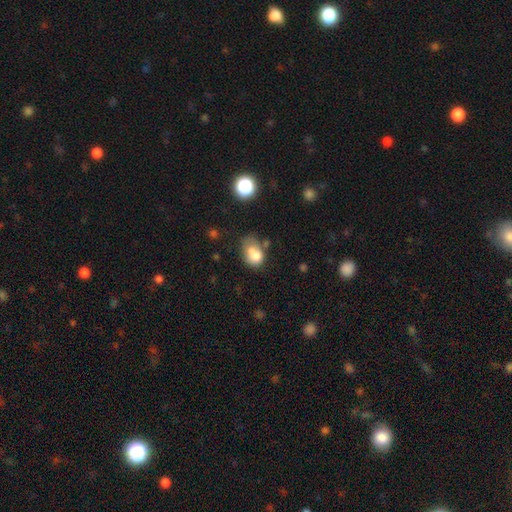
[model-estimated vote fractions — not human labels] A smooth galaxy with no disk features (75%) that is in between round and cigar-shaped (66%). Merging: none (32%).